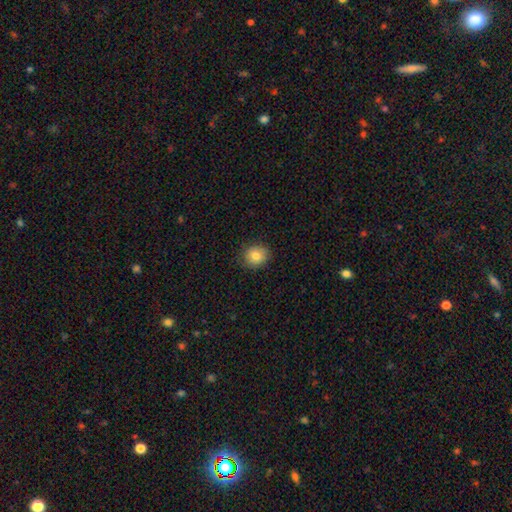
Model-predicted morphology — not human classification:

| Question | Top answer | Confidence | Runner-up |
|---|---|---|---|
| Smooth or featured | smooth | 81% | star or artifact (10%) |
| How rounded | round | 70% | in between (29%) |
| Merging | none | 87% | minor disturbance (10%) |